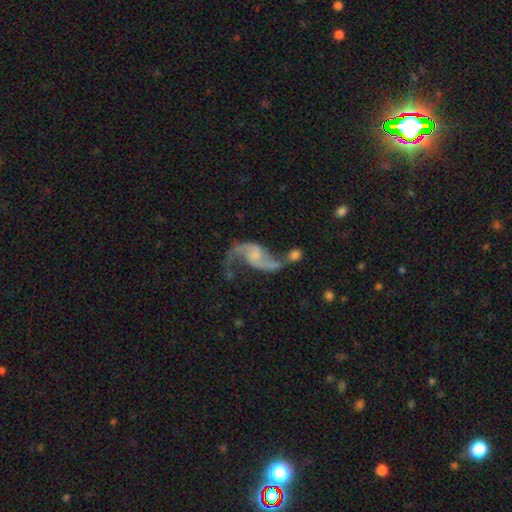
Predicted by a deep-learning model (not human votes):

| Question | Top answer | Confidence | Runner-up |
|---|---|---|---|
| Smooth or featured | featured or disk | 88% | smooth (6%) |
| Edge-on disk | no | 97% | yes (3%) |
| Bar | no | 52% | weak (38%) |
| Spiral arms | yes | 95% | no (5%) |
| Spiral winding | loose | 81% | medium (15%) |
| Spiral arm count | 2 | 92% | 1 (4%) |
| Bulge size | none | 39% | small (37%) |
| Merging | none | 44% | merger (23%) |